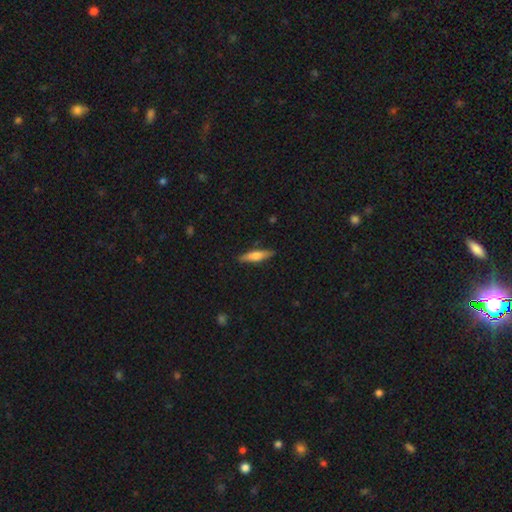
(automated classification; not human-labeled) The model was most divided on "smooth or featured": smooth: 56%, featured or disk: 39%, star or artifact: 6%. More confident: merging — none (88%); how rounded — cigar-shaped (78%).